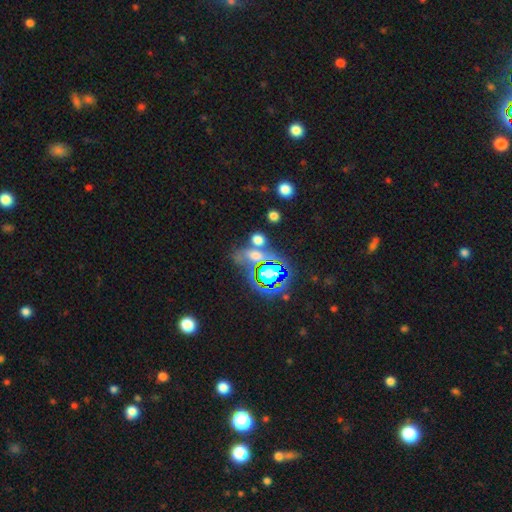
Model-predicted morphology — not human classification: Q: Smooth or featured?
A: star or artifact (45%); runner-up: smooth (42%)